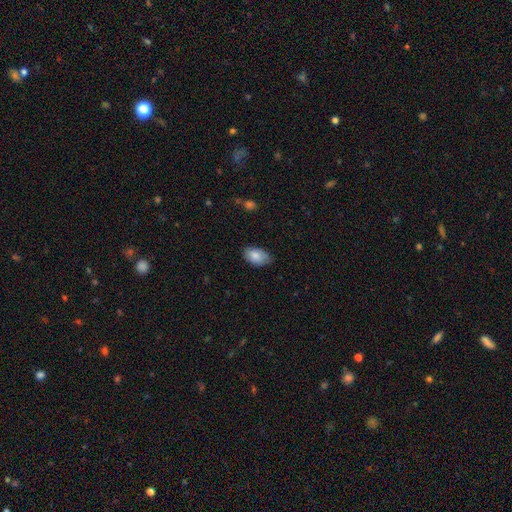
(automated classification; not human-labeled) This appears to be a smooth galaxy with no disk features (84%) that is in between round and cigar-shaped (93%). Merging: none (71%).